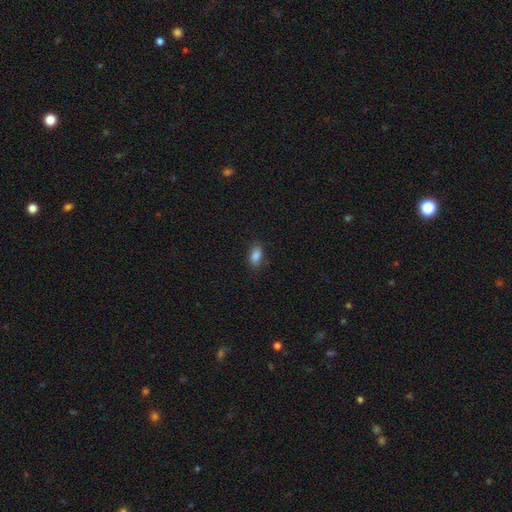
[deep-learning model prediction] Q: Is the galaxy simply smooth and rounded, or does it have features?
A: smooth — 86%.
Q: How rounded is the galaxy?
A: in between — 89%.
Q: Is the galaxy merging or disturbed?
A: none — 83%.